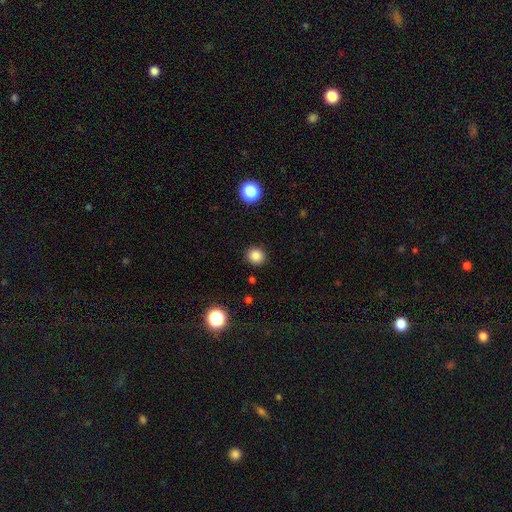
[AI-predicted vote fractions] This is clearly a smooth galaxy (84%). How rounded: clearly round (85%). Merging: clearly none (90%).